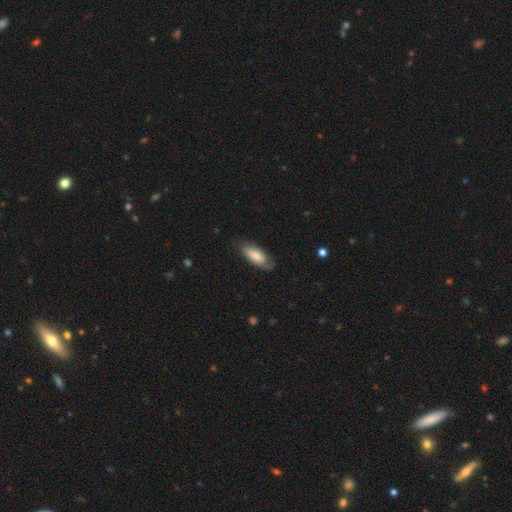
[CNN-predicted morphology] This is likely a smooth galaxy (72%). How rounded: clearly in between (83%). Merging: likely none (71%).